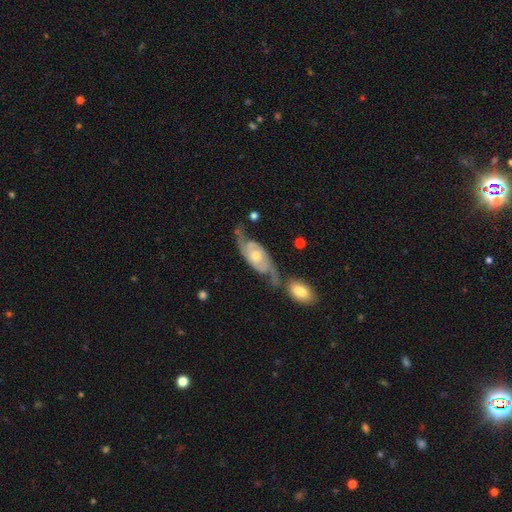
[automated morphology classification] Smooth or featured: featured or disk — 85% (smooth — 10%)
Edge-on disk: no — 93% (yes — 7%)
Bar: no — 72% (weak — 22%)
Spiral arms: yes — 95% (no — 5%)
Spiral winding: medium — 43% (tight — 29%)
Spiral arm count: 2 — 89% (can't tell — 5%)
Bulge size: moderate — 67% (small — 23%)
Merging: none — 48% (merger — 21%)